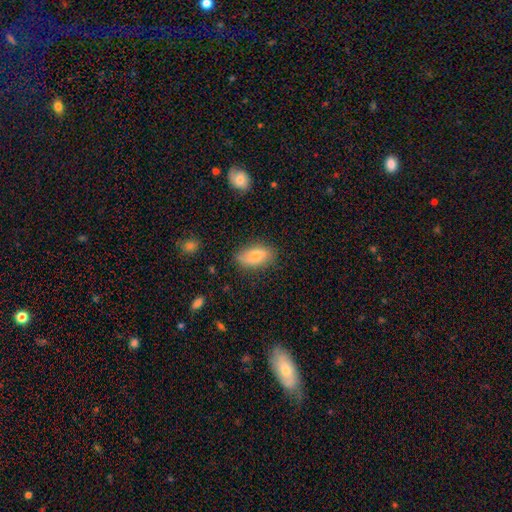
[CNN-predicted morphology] Smooth or featured? smooth (74%)
How rounded? in between (91%)
Merging? none (74%)